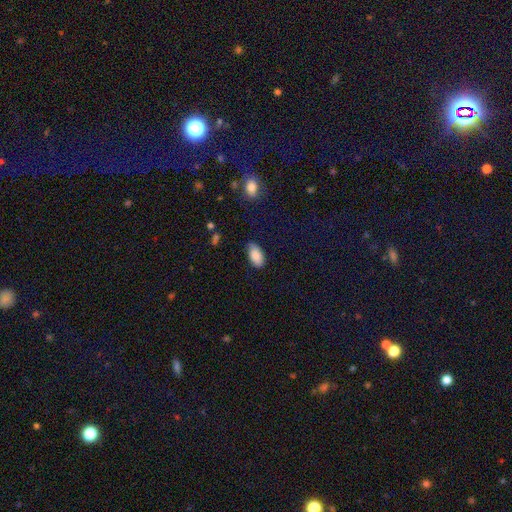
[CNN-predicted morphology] Smooth or featured? Predicted: smooth (p=0.87). How rounded? Predicted: in between (p=0.94). Merging? Predicted: none (p=0.77).